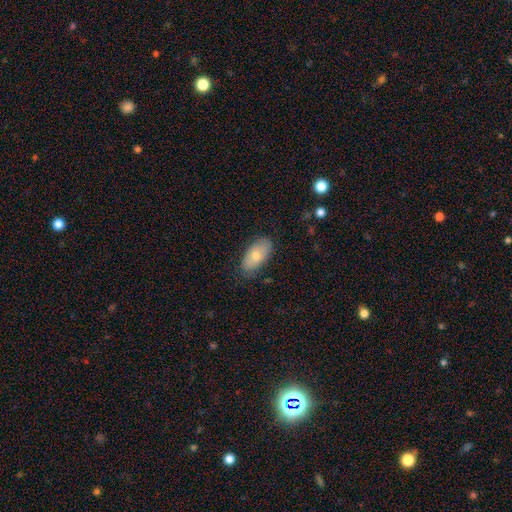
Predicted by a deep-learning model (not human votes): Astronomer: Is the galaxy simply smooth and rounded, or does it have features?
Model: smooth — 69%.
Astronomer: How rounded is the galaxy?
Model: in between — 93%.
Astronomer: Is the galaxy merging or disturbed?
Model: none — 81%.